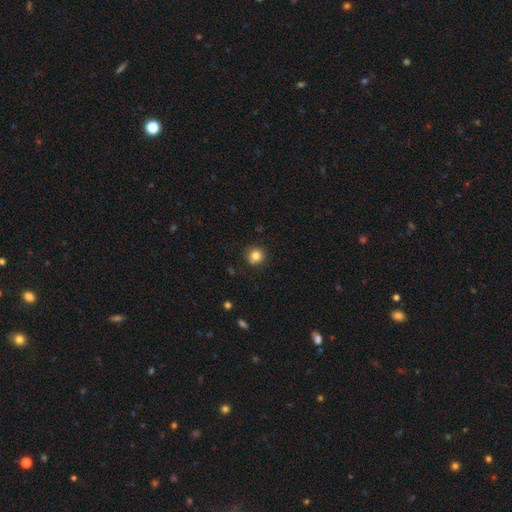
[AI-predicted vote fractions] A smooth galaxy with no disk features (82%) that is round (93%). Merging: none (88%).